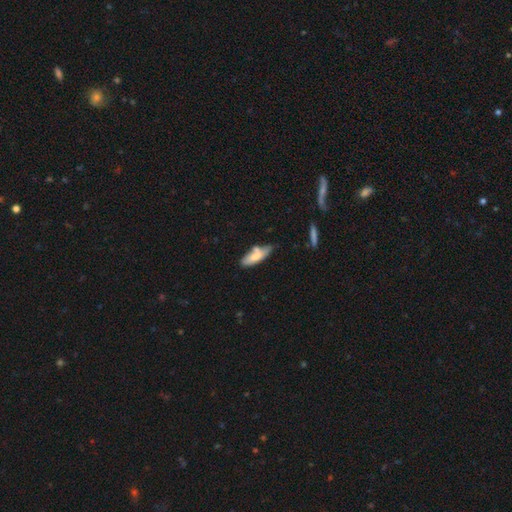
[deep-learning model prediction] Morphology: type=smooth (69%); roundness=in between (58%); merging=none (49%).